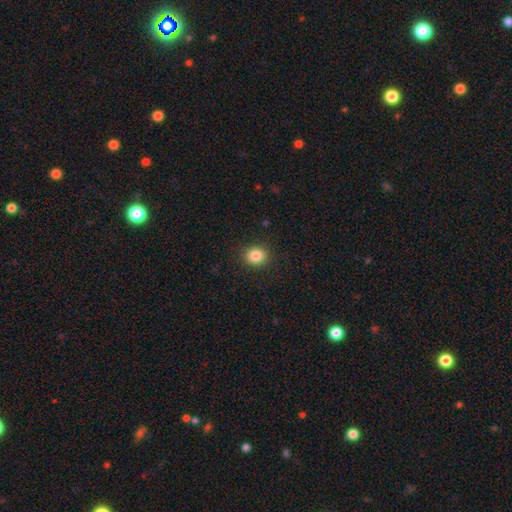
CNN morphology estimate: This is clearly a smooth galaxy (85%). How rounded: likely round (77%). Merging: clearly none (90%).